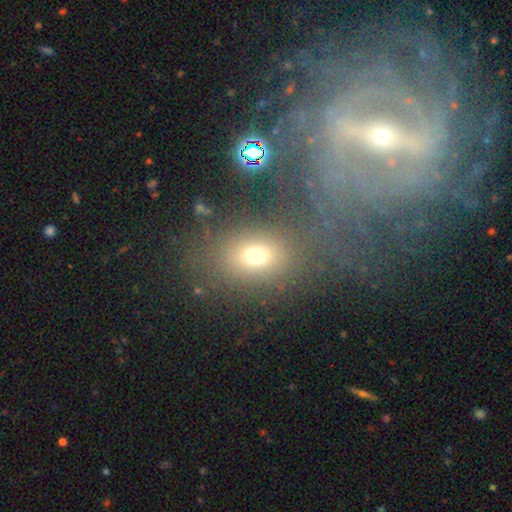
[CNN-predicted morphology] smooth 65%, star or artifact 19%, featured or disk 16%. Down the decision tree: how rounded — in between (66%); merging — none (70%).